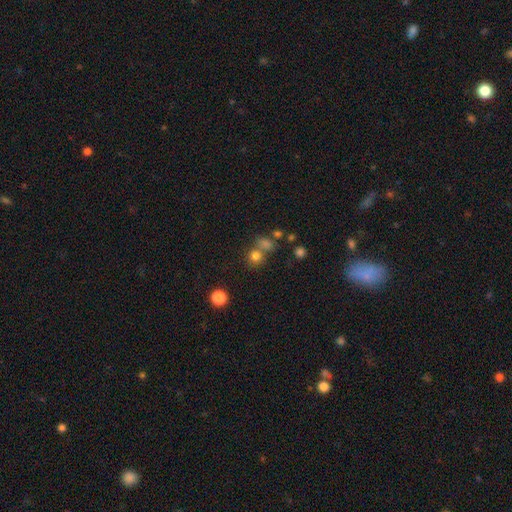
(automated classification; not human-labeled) Smooth or featured? smooth (76%)
How rounded? round (86%)
Merging? none (59%)